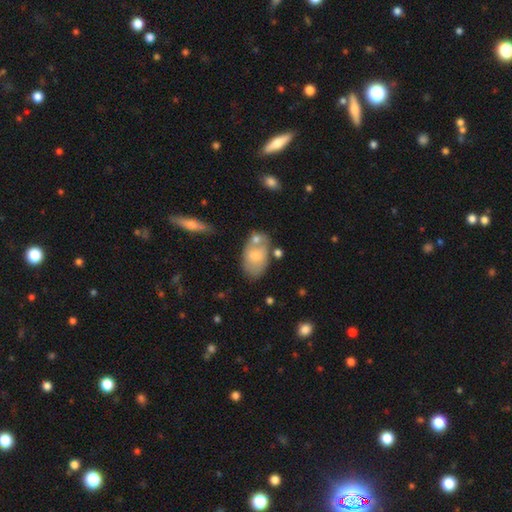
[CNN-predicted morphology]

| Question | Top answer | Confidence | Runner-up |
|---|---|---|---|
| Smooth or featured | smooth | 64% | featured or disk (29%) |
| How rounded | in between | 91% | round (7%) |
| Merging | none | 46% | merger (26%) |